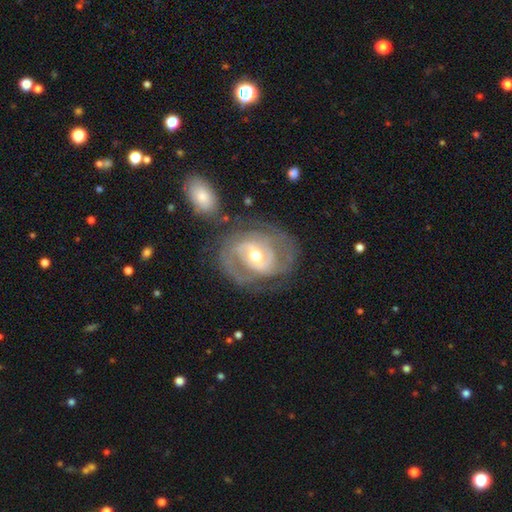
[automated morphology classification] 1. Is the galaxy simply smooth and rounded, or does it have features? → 85% featured or disk, 10% smooth, 5% star or artifact.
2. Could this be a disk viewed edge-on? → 97% no, 3% yes.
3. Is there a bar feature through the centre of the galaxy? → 45% weak, 31% no, 25% strong.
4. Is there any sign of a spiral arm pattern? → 89% yes, 11% no.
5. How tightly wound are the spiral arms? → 50% tight, 38% medium, 12% loose.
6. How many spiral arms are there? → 62% 2, 19% can't tell, 10% 3, 4% 1, 3% 4, 2% more than 4.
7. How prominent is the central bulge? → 71% moderate, 21% small, 6% large, 1% dominant, 1% none.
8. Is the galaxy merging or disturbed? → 66% none, 17% minor disturbance, 11% major disturbance, 5% merger.